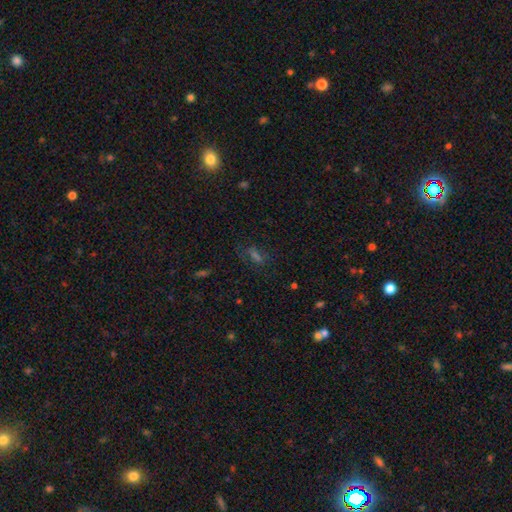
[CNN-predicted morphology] smooth-or-featured: star or artifact: 41% (tied) | smooth: 41% (tied) | featured or disk: 19%